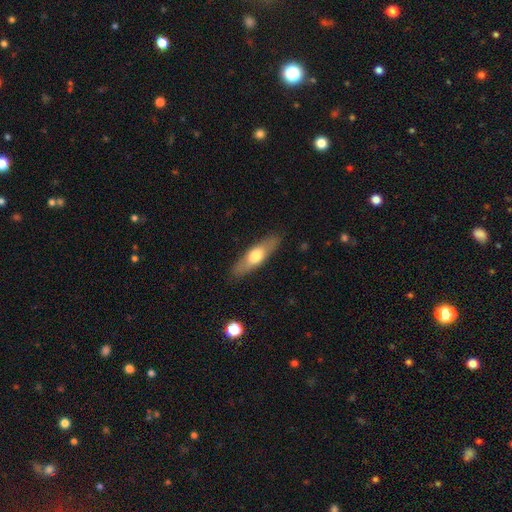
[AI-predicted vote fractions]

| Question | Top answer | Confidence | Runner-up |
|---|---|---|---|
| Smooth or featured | smooth | 56% | featured or disk (39%) |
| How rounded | cigar-shaped | 57% | in between (41%) |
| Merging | none | 87% | minor disturbance (10%) |